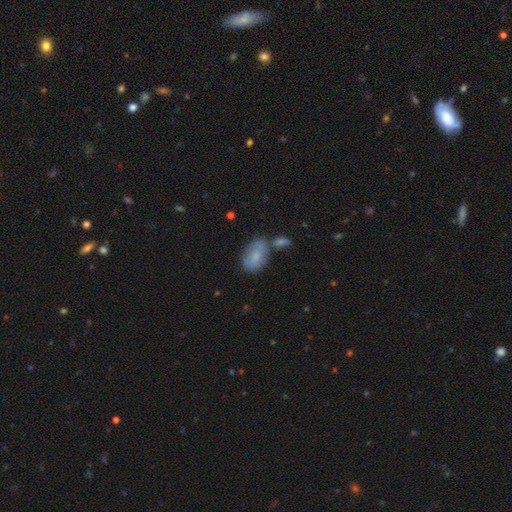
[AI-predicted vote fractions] Smooth or featured? smooth (73%)
How rounded? in between (90%)
Merging? none (44%)